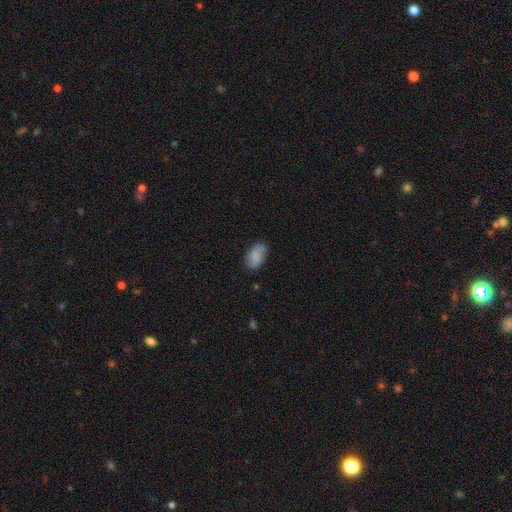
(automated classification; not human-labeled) A smooth galaxy with no disk features (72%) that is in between round and cigar-shaped (93%). Merging: none (76%).